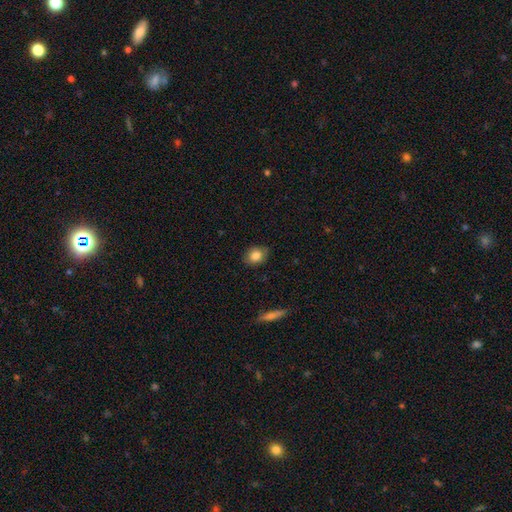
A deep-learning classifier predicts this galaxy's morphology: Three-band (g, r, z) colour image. It shows a smooth galaxy with no disk features (81%) that is in between round and cigar-shaped (52%). Merging: none (83%).